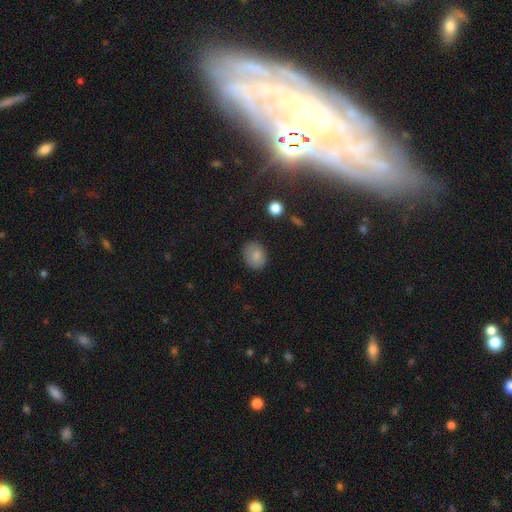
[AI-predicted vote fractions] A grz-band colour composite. It shows a smooth galaxy with no disk features (83%) that is in between round and cigar-shaped (62%). Merging: none (81%).